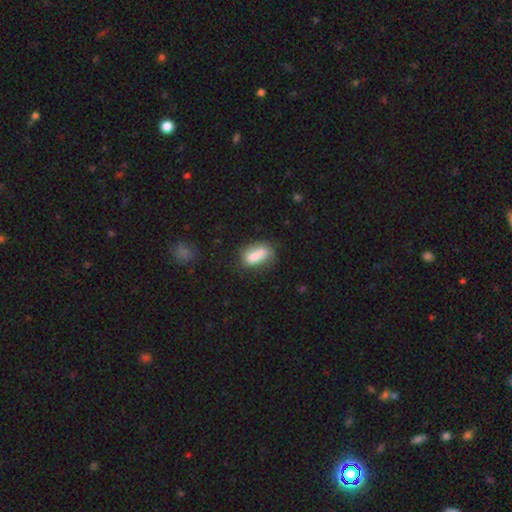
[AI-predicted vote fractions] smooth_or_featured: smooth (p=0.74) [alt: featured or disk p=0.17]
how_rounded: in between (p=0.76) [alt: cigar-shaped p=0.19]
merging: none (p=0.51) [alt: minor disturbance p=0.27]